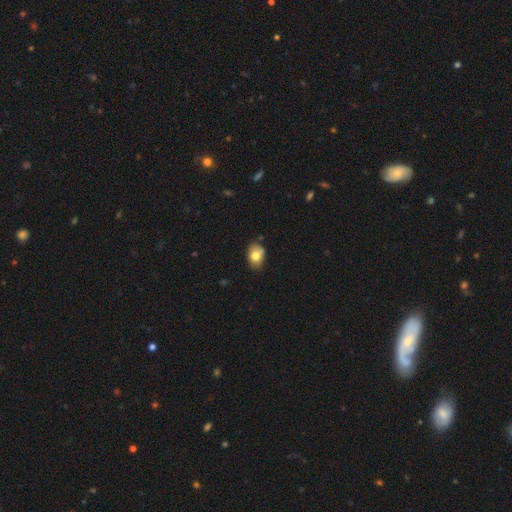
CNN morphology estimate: This appears to be a smooth galaxy with no disk features (76%) that is in between round and cigar-shaped (78%). Merging: none (71%).